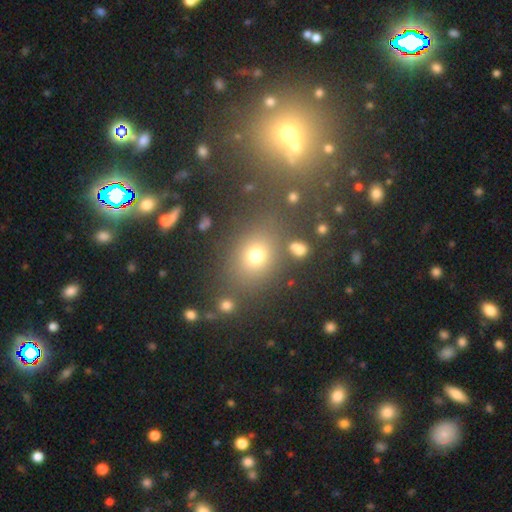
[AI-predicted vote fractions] The model was most divided on "how rounded": round: 58%, in between: 40%, cigar-shaped: 2%. More confident: merging — none (73%); smooth or featured — smooth (70%).